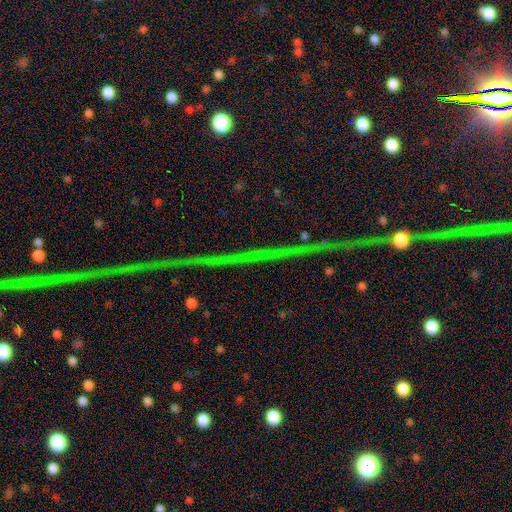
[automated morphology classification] The model was most divided on "smooth or featured": star or artifact: 84%, featured or disk: 9%, smooth: 7%.